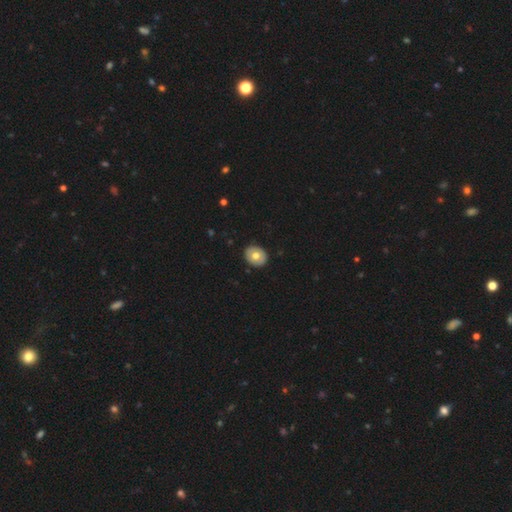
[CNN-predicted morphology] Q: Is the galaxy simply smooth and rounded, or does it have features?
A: smooth — 66%.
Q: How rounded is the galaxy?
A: round — 63%.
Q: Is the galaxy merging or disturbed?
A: none — 89%.